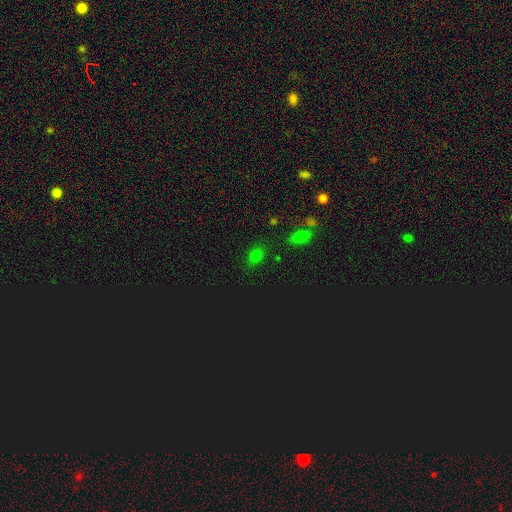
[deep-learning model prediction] smooth-or-featured: smooth: 67% | star or artifact: 27% | featured or disk: 6%
  how-rounded: in between: 58% | round: 40% | cigar-shaped: 2%
  merging: none: 81% | minor disturbance: 11% | merger: 4% | major disturbance: 3%